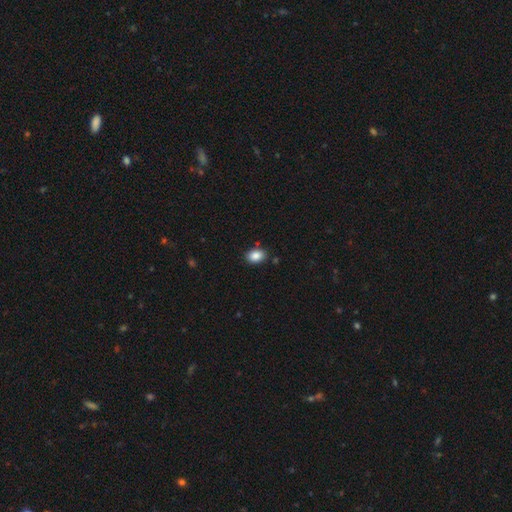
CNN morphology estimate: This appears to be a smooth galaxy with no disk features (87%) that is in between round and cigar-shaped (76%). Merging: none (85%).